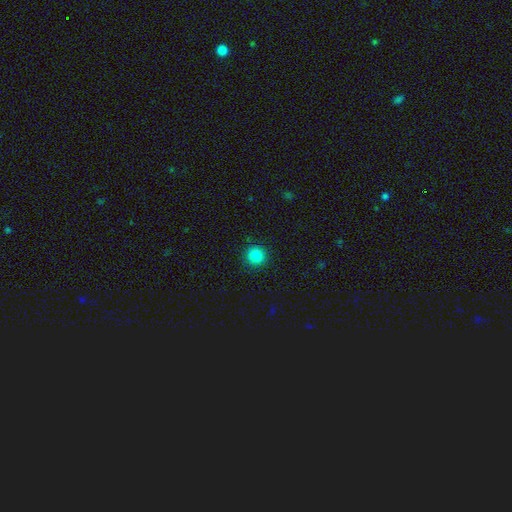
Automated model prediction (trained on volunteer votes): A smooth galaxy with no disk features (85%) that is round (95%). Merging: none (91%).